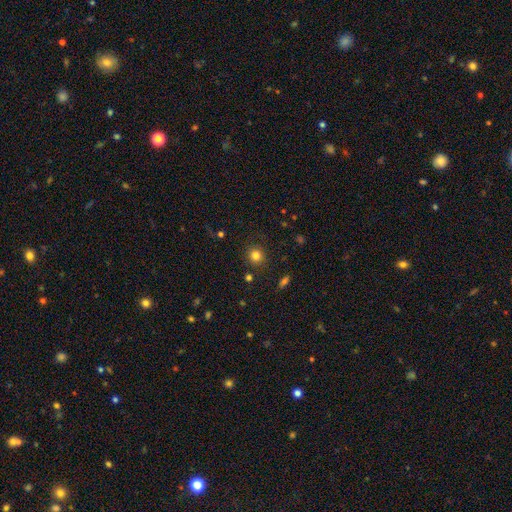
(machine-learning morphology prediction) A smooth galaxy with no disk features (80%) that is round (89%). Merging: none (87%).